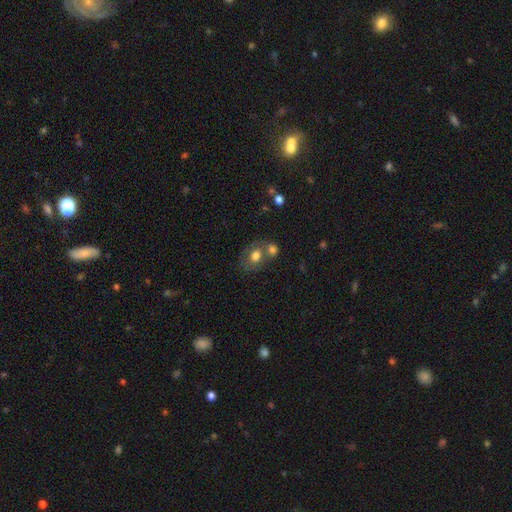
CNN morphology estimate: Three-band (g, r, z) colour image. It shows a smooth galaxy with no disk features (67%) that is in between round and cigar-shaped (57%). Merging: none (41%).